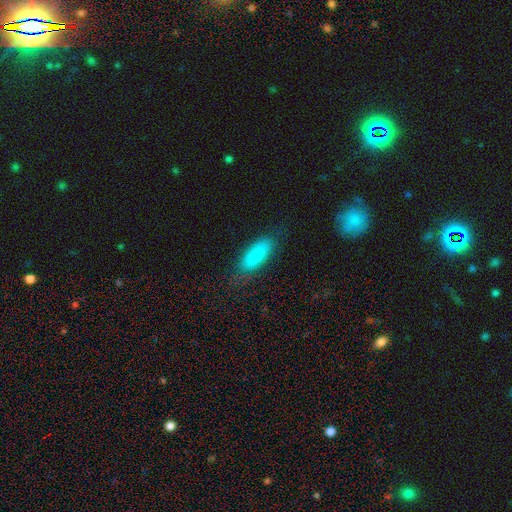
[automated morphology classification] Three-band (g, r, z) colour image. It shows a smooth galaxy with no disk features (81%) that is in between round and cigar-shaped (79%). Merging: none (75%).